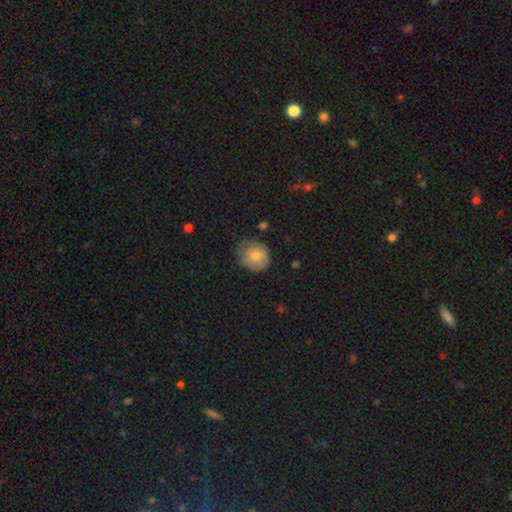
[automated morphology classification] Smooth or featured: smooth — 74% (featured or disk — 18%)
How rounded: round — 71% (in between — 28%)
Merging: none — 61% (minor disturbance — 30%)